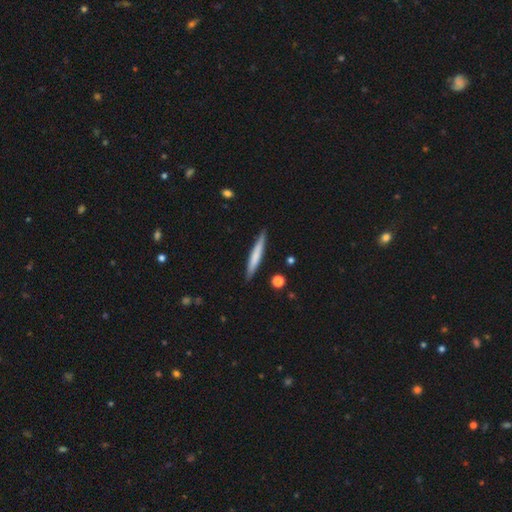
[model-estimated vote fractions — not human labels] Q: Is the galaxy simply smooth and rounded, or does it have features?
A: smooth — 64%.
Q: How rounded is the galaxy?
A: cigar-shaped — 95%.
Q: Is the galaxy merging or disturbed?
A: none — 88%.